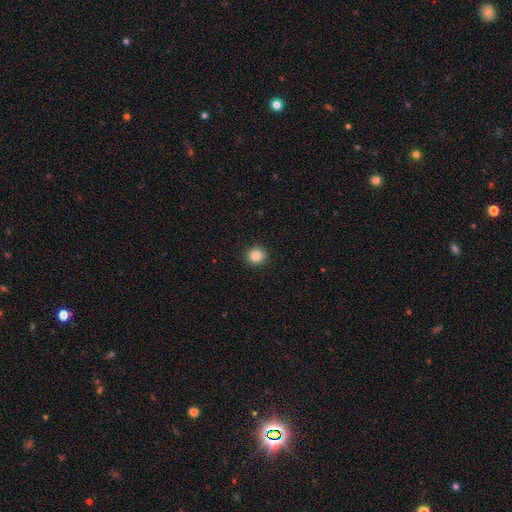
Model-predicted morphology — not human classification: Smooth or featured? Predicted: smooth (p=0.86). How rounded? Predicted: round (p=0.90). Merging? Predicted: none (p=0.92).